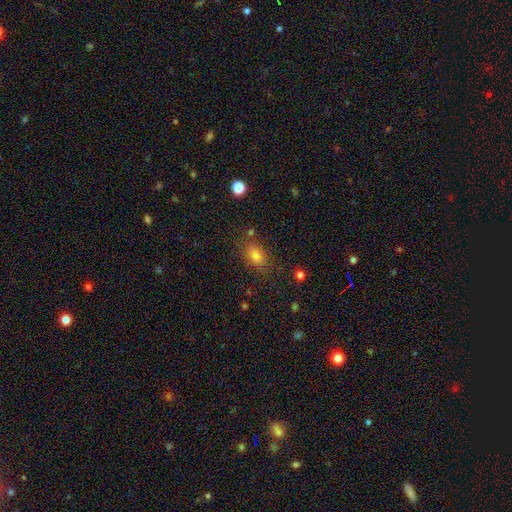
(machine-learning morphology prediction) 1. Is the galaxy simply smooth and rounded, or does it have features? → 73% smooth, 17% star or artifact, 10% featured or disk.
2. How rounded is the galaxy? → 77% in between, 19% round, 4% cigar-shaped.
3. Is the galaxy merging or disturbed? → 71% none, 15% minor disturbance, 9% merger, 6% major disturbance.